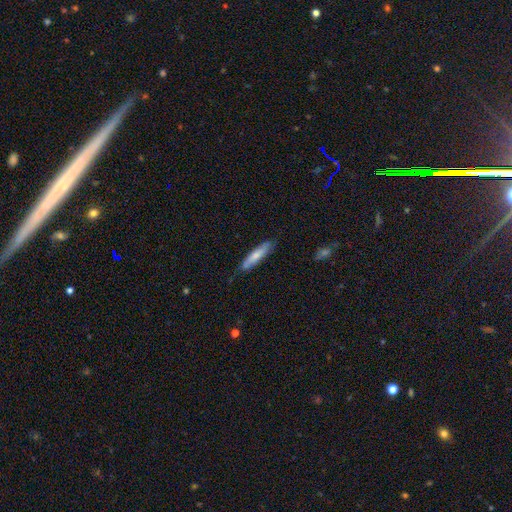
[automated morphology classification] smooth-or-featured: smooth: 69% | featured or disk: 26% | star or artifact: 5%
  how-rounded: cigar-shaped: 84% | in between: 15% | round: 1%
  merging: none: 77% | minor disturbance: 19% | major disturbance: 3% | merger: 2%